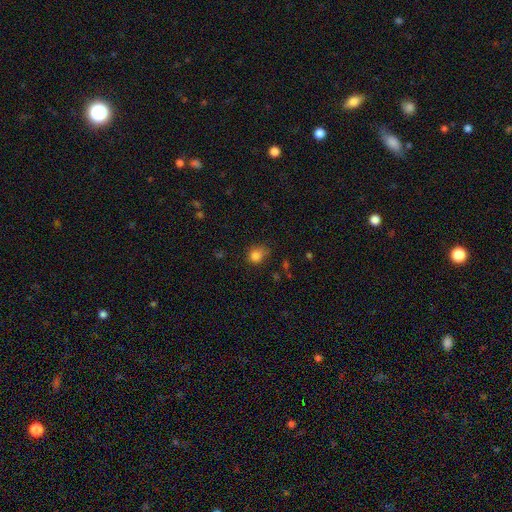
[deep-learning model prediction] smooth-or-featured: smooth: 82% | star or artifact: 12% | featured or disk: 6%
  how-rounded: round: 74% | in between: 25% | cigar-shaped: 1%
  merging: none: 60% | minor disturbance: 29% | major disturbance: 8% | merger: 3%